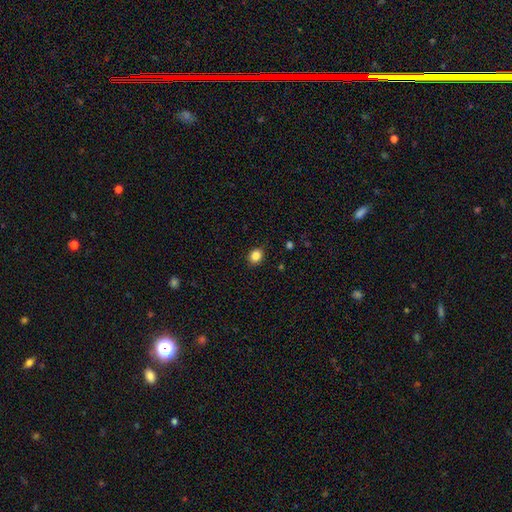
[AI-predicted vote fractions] Overall: smooth (85%). How rounded: round (57%; in between 42%). Merging: none (87%).